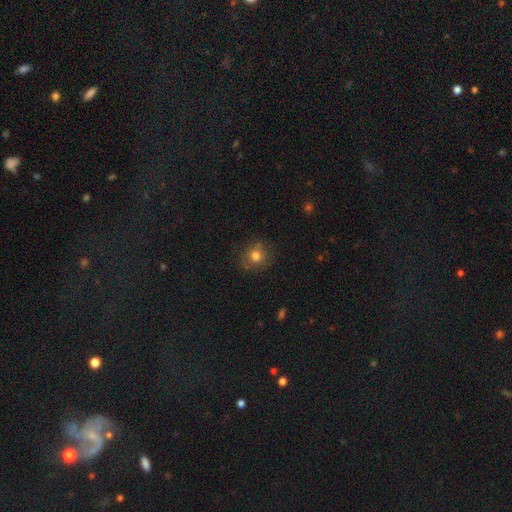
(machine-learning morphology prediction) smooth 77%, featured or disk 12%, star or artifact 11%. Down the decision tree: how rounded — round (85%); merging — none (77%).